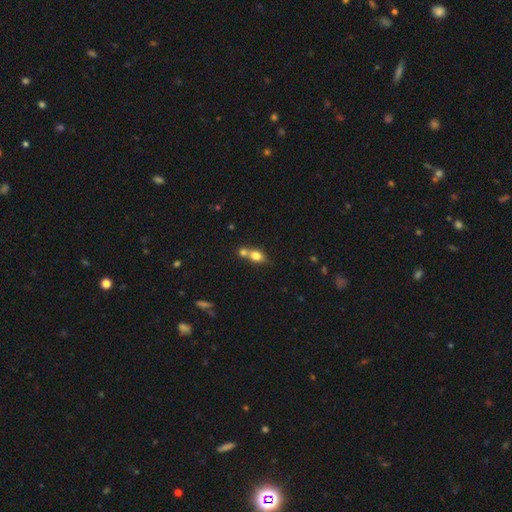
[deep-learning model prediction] A smooth galaxy with no disk features (75%) that is in between round and cigar-shaped (57%).

Vote fractions:
- Smooth or featured? smooth: 75% / featured or disk: 15% / star or artifact: 10%
- How rounded? in between: 57% / round: 37% / cigar-shaped: 6%
- Merging? merger: 52% / none: 35% / minor disturbance: 9% / major disturbance: 4%